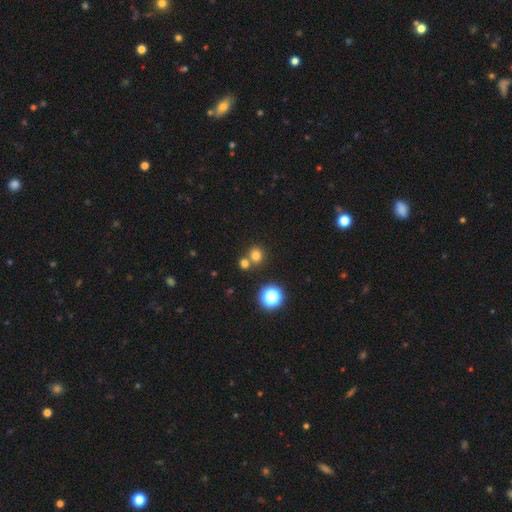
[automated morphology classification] smooth_or_featured: smooth (p=0.73) [alt: star or artifact p=0.20]
how_rounded: round (p=0.87) [alt: in between p=0.12]
merging: none (p=0.63) [alt: merger p=0.28]